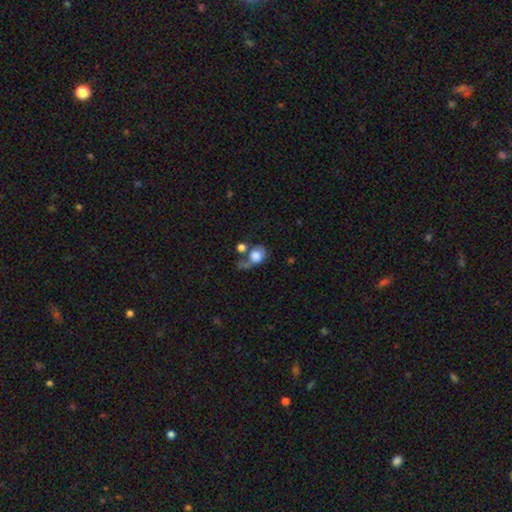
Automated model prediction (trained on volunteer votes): This appears to be a smooth galaxy with no disk features (68%) that is round (57%). Merging: major disturbance (33%, tied with merger).